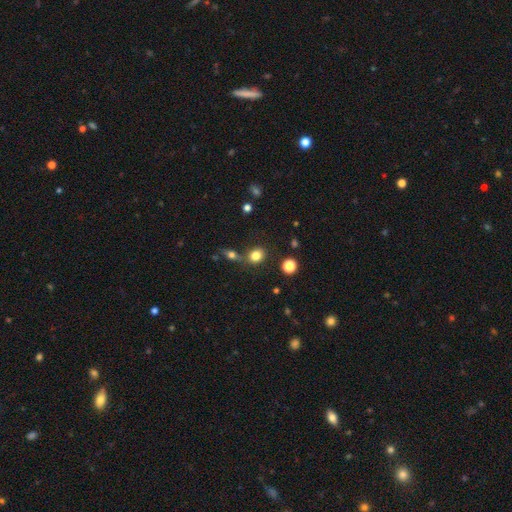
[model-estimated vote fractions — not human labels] smooth-or-featured: smooth: 80% | star or artifact: 13% | featured or disk: 7%
  how-rounded: round: 67% | in between: 32% | cigar-shaped: 1%
  merging: none: 68% | merger: 17% | minor disturbance: 11% | major disturbance: 4%